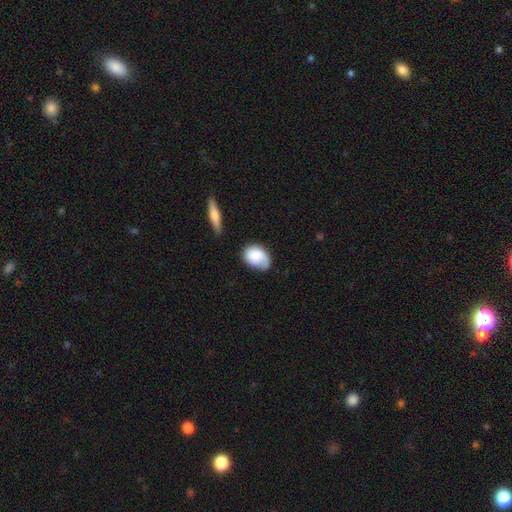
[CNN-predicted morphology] A smooth galaxy with no disk features (71%) that is in between round and cigar-shaped (76%).

Vote fractions:
- Smooth or featured? smooth: 71% / featured or disk: 23% / star or artifact: 6%
- How rounded? in between: 76% / round: 22% / cigar-shaped: 1%
- Merging? none: 54% / minor disturbance: 30% / major disturbance: 12% / merger: 4%